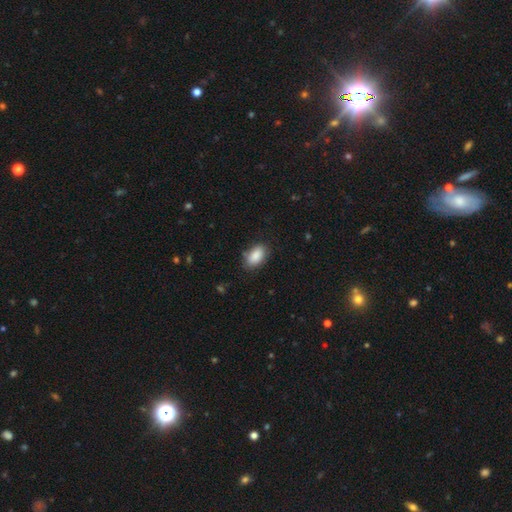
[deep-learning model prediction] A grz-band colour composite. It shows a smooth galaxy with no disk features (88%) that is in between round and cigar-shaped (92%). Merging: none (78%).